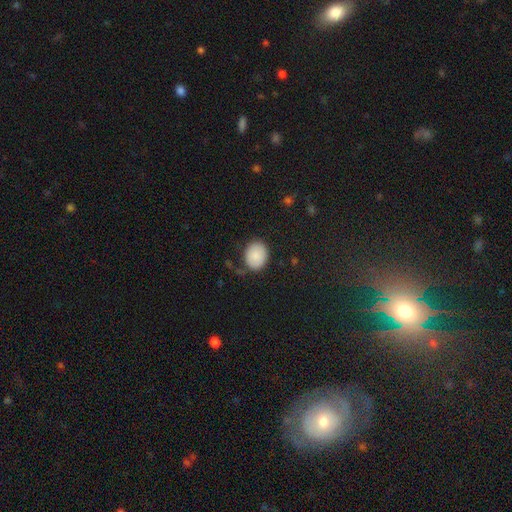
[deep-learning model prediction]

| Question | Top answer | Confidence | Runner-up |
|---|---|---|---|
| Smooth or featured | smooth | 87% | star or artifact (8%) |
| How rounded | round | 57% | in between (42%) |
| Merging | none | 76% | minor disturbance (16%) |